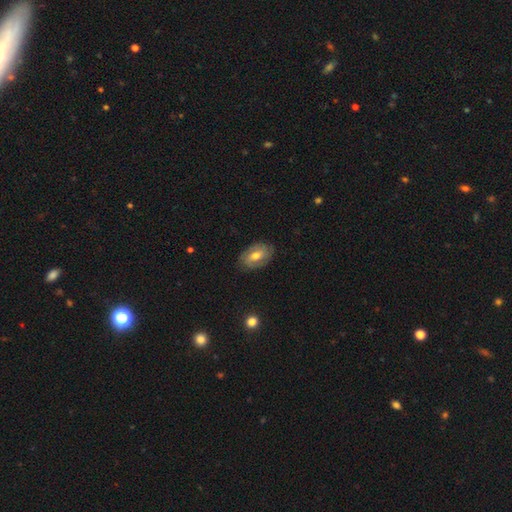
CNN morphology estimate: Smooth or featured? featured or disk (53%)
Edge-on disk? no (93%)
Merging? none (79%)